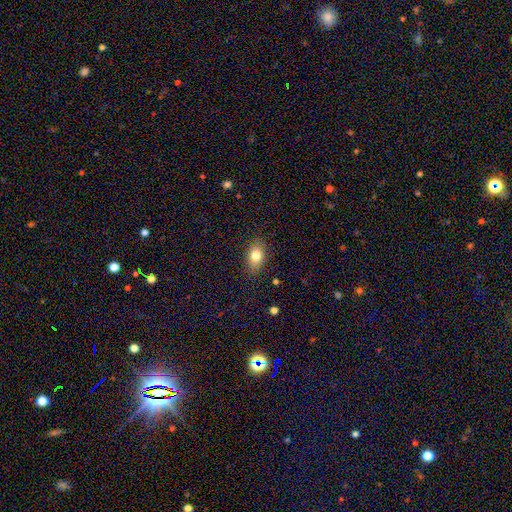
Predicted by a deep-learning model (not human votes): Smooth or featured? smooth (80%)
How rounded? in between (86%)
Merging? none (86%)